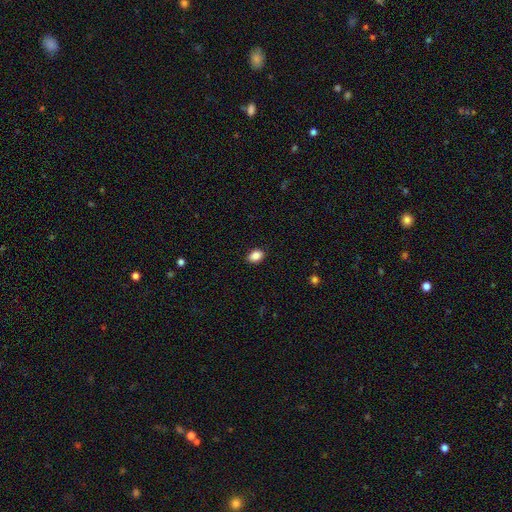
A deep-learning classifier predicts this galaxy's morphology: smooth 88%, star or artifact 9%, featured or disk 4%. Down the decision tree: how rounded — in between (80%); merging — none (90%).